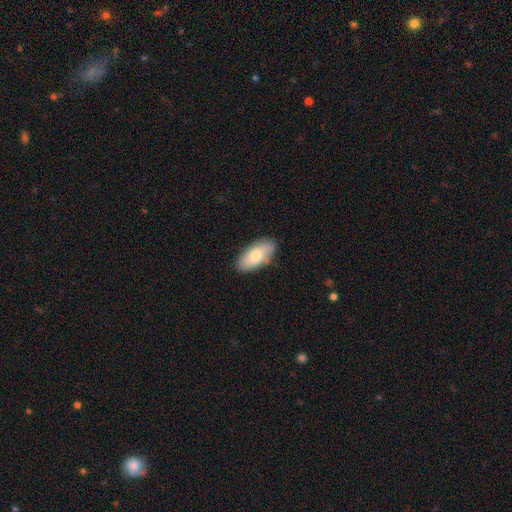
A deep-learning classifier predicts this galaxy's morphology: Overall: smooth (71%). How rounded: in between (93%). Merging: none (81%).